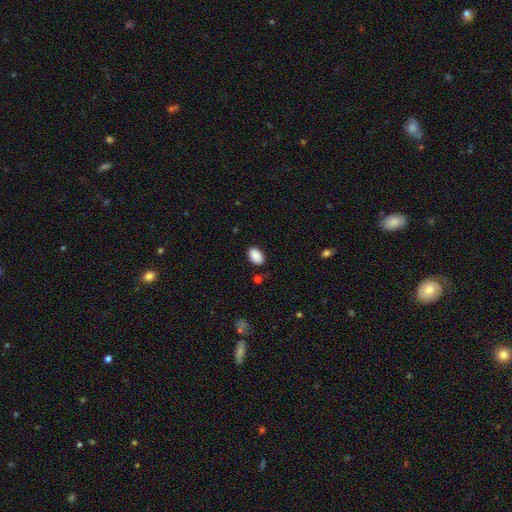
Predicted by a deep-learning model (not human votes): A smooth galaxy with no disk features (90%) that is in between round and cigar-shaped (92%). Merging: none (86%).